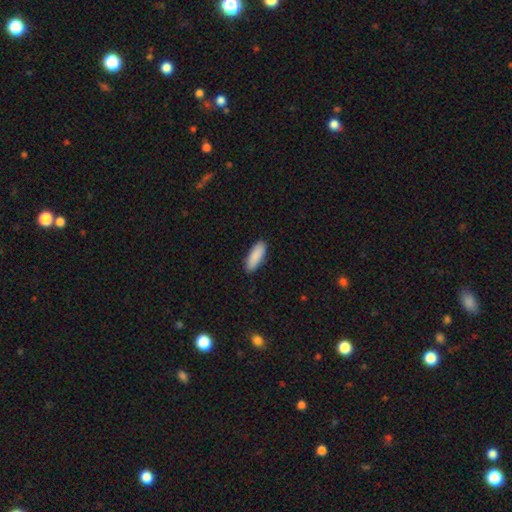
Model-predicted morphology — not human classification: Q: Smooth or featured?
A: smooth (90%); runner-up: star or artifact (6%)
Q: How rounded?
A: in between (62%); runner-up: cigar-shaped (36%)
Q: Merging?
A: none (88%); runner-up: minor disturbance (9%)